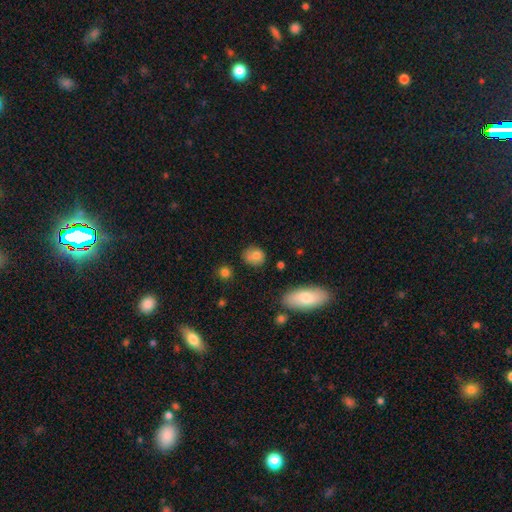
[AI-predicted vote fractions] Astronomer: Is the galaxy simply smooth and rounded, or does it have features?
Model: smooth — 78%.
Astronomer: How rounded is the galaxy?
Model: round — 65%.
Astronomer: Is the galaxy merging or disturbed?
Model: none — 70%.